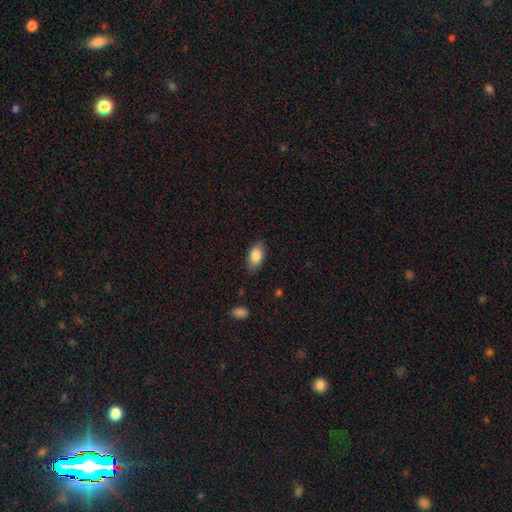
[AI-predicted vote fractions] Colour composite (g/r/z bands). It shows a smooth galaxy with no disk features (86%) that is in between round and cigar-shaped (92%). Merging: none (83%).